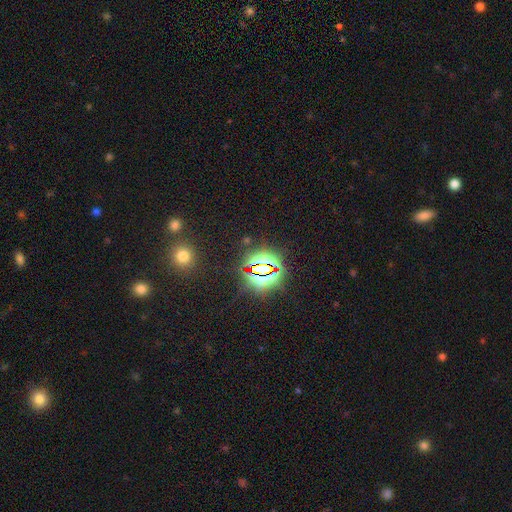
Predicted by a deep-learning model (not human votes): smooth-or-featured: star or artifact: 77% | smooth: 16% | featured or disk: 7%